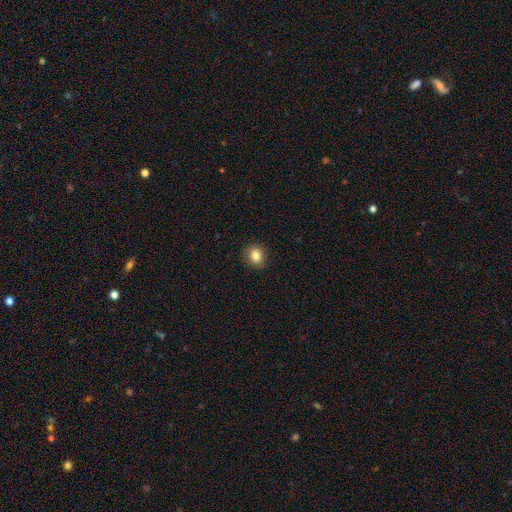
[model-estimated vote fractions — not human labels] This appears to be a smooth galaxy with no disk features (84%) that is round (78%). Merging: none (91%).